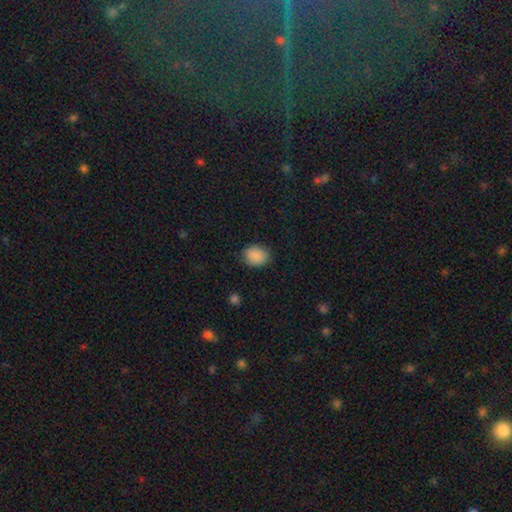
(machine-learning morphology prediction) This appears to be a smooth galaxy with no disk features (89%) that is in between round and cigar-shaped (53%). Merging: none (83%).